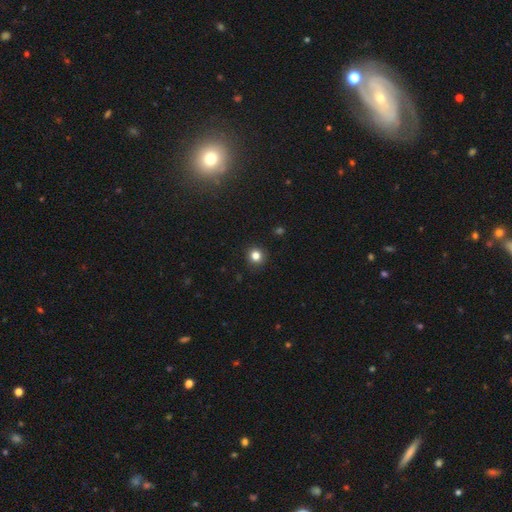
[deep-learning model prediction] Smooth or featured: smooth — 82% (star or artifact — 13%)
How rounded: round — 93% (in between — 6%)
Merging: none — 92% (minor disturbance — 5%)